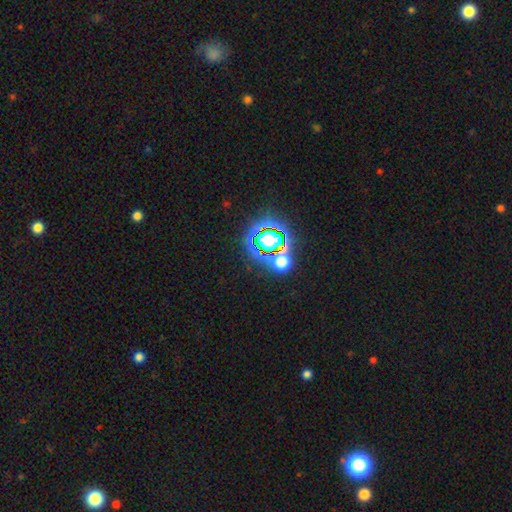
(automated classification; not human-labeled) Q: Smooth or featured?
A: star or artifact (81%); runner-up: smooth (12%)